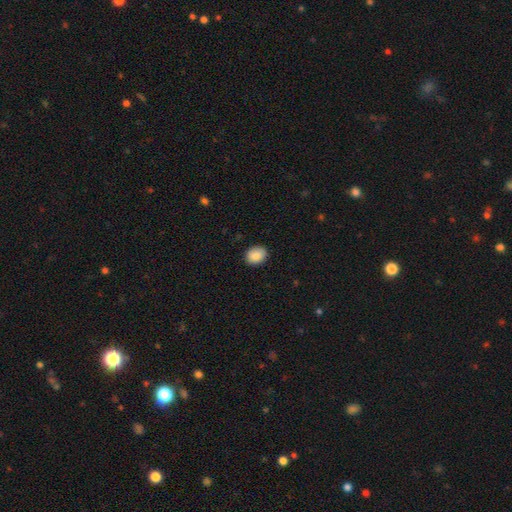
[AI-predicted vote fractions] Smooth or featured: smooth — 88% (star or artifact — 8%)
How rounded: in between — 55% (round — 44%)
Merging: none — 89% (minor disturbance — 8%)